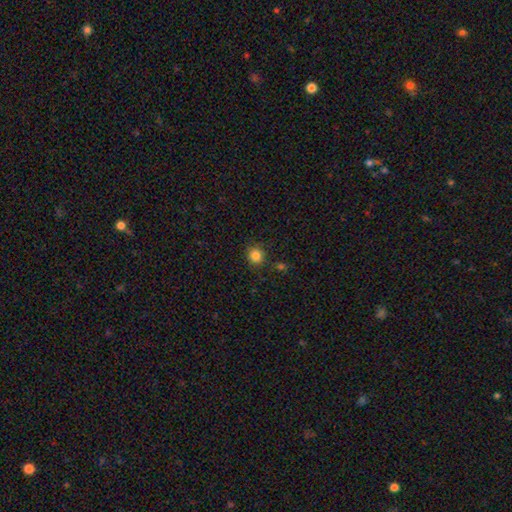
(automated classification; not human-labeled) Smooth or featured? smooth (84%)
How rounded? round (91%)
Merging? none (86%)